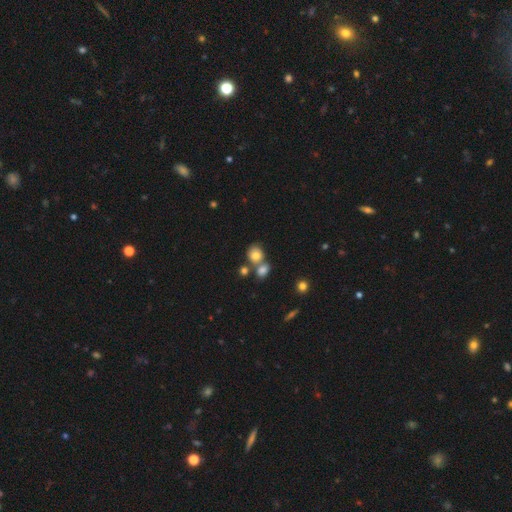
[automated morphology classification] Smooth or featured?
  - smooth: 75% *
  - featured or disk: 13%
  - star or artifact: 12%
How rounded?
  - round: 67% *
  - in between: 32%
  - cigar-shaped: 1%
Merging?
  - none: 48% *
  - merger: 37%
  - minor disturbance: 11%
  - major disturbance: 4%